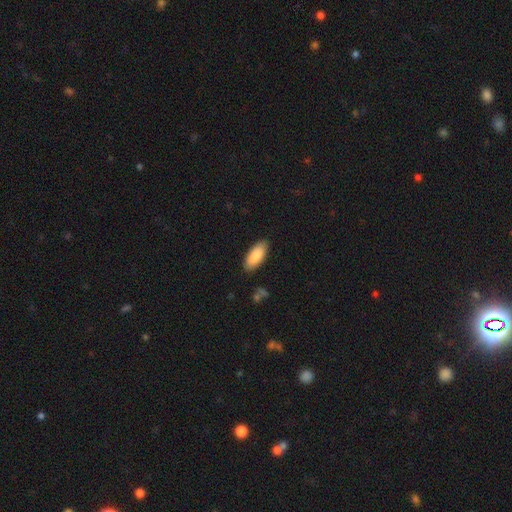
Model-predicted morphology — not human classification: The model was most divided on "how rounded": in between: 84%, cigar-shaped: 14%, round: 2%. More confident: smooth or featured — smooth (88%); merging — none (86%).